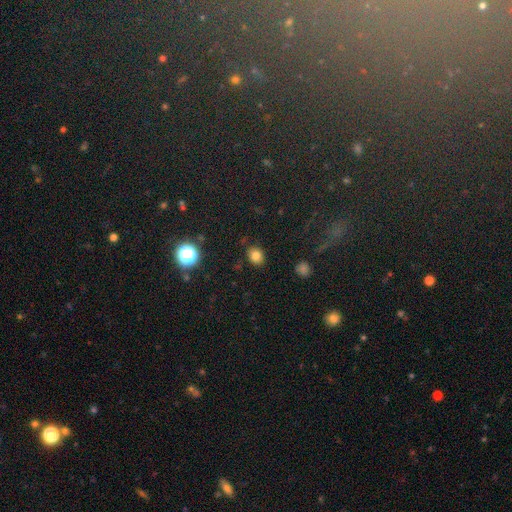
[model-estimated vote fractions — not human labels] A smooth galaxy with no disk features (79%) that is round (55%).

Vote fractions:
- Smooth or featured? smooth: 79% / star or artifact: 14% / featured or disk: 7%
- How rounded? round: 55% / in between: 44% / cigar-shaped: 1%
- Merging? none: 86% / minor disturbance: 10% / major disturbance: 3% / merger: 2%